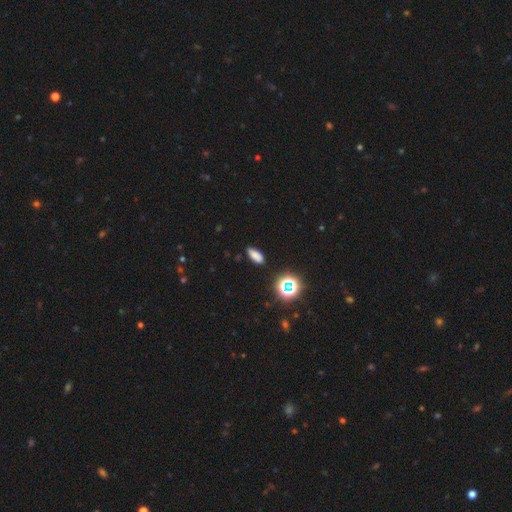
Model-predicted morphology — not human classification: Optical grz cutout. It shows a smooth galaxy with no disk features (74%) that is in between round and cigar-shaped (77%). Merging: none (84%).